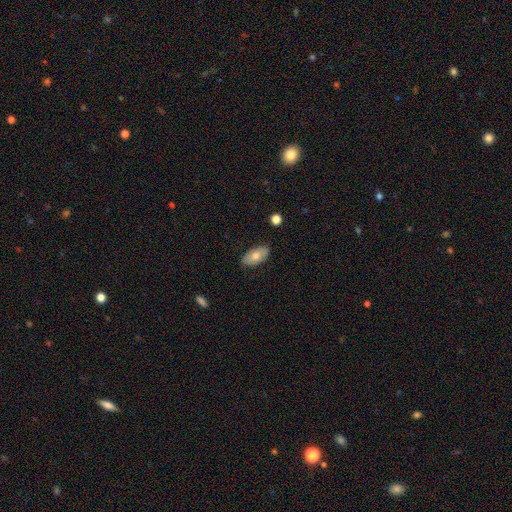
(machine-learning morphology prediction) Overall: smooth (67%). How rounded: in between (93%). Merging: none (85%).